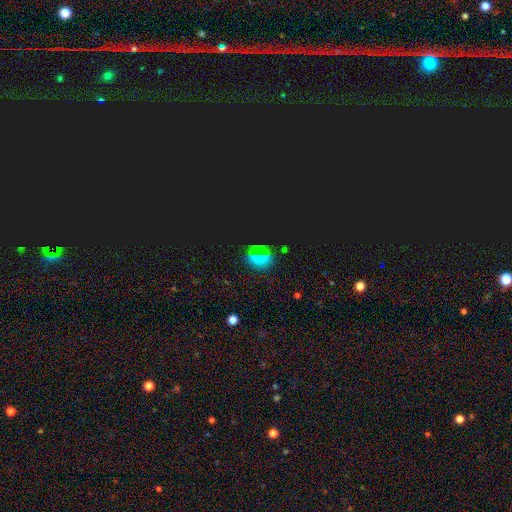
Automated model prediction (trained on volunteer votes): Smooth or featured: star or artifact — 50% (smooth — 42%)